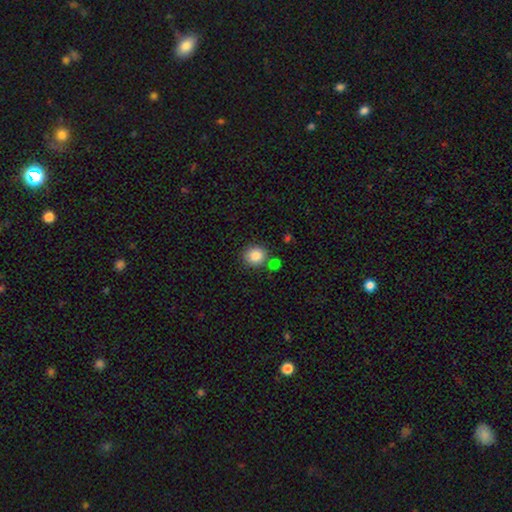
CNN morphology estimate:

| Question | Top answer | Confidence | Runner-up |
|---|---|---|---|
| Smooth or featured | smooth | 86% | star or artifact (9%) |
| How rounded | round | 86% | in between (13%) |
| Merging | none | 70% | merger (15%) |